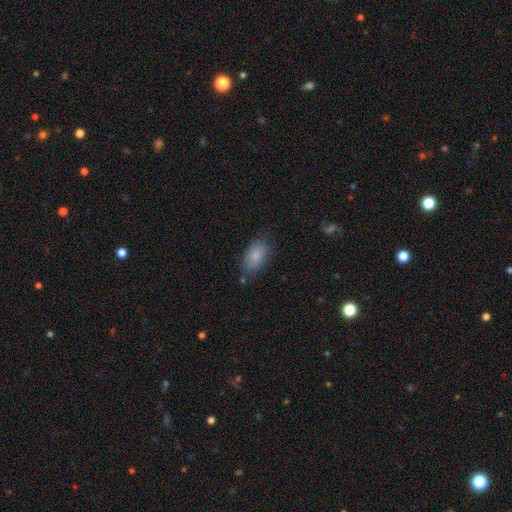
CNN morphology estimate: This appears to be a smooth galaxy with no disk features (86%) that is in between round and cigar-shaped (92%). Merging: none (72%).